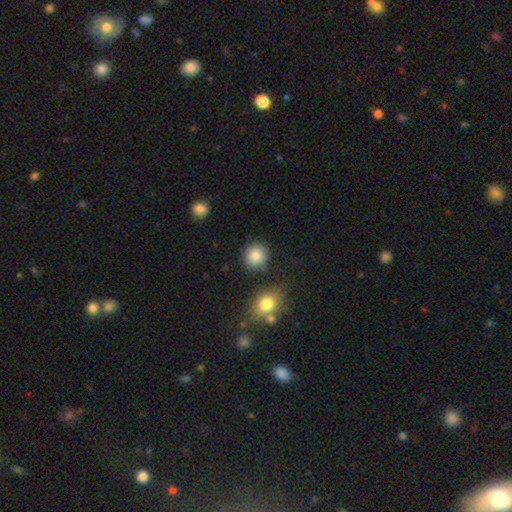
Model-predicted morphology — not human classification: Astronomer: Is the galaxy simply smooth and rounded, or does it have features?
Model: smooth — 87%.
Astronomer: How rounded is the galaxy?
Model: round — 86%.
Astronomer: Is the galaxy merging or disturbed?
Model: none — 84%.